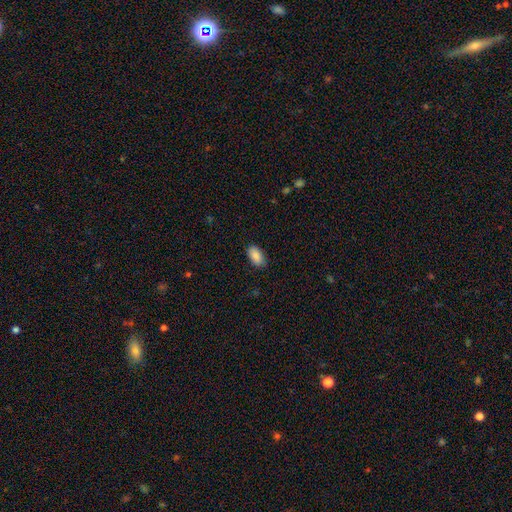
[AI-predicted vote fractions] Q: Smooth or featured?
A: smooth (89%); runner-up: star or artifact (7%)
Q: How rounded?
A: in between (94%); runner-up: round (4%)
Q: Merging?
A: none (86%); runner-up: minor disturbance (11%)